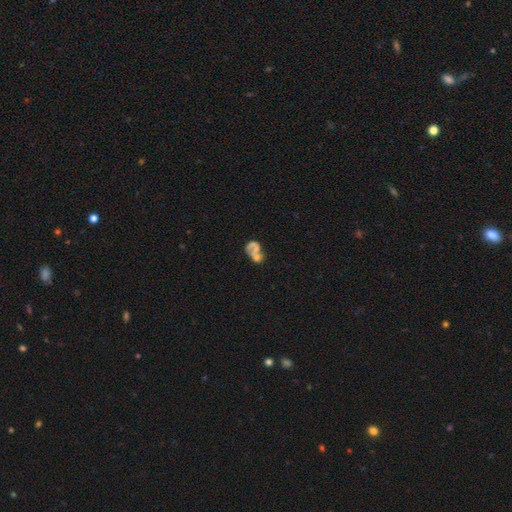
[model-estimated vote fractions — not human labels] Smooth or featured? Predicted: featured or disk (p=0.47). Merging? Predicted: merger (p=0.44).